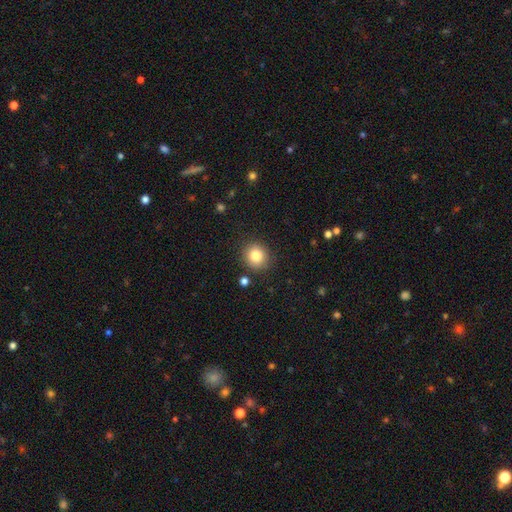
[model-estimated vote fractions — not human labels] This appears to be a smooth galaxy with no disk features (81%) that is round (88%). Merging: none (88%).